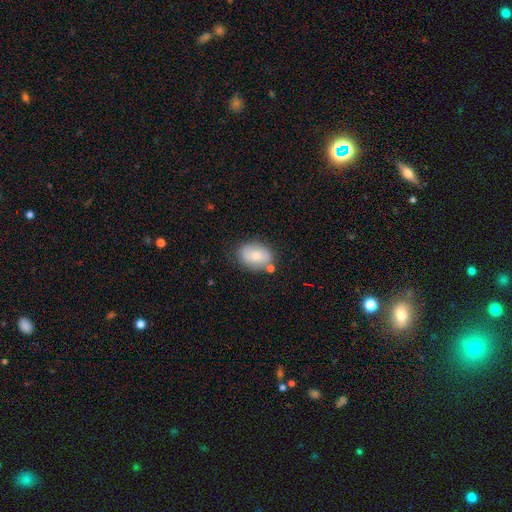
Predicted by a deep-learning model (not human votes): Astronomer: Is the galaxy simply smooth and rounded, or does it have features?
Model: smooth — 71%.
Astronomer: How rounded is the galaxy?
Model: in between — 77%.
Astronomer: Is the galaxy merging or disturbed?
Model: none — 70%.